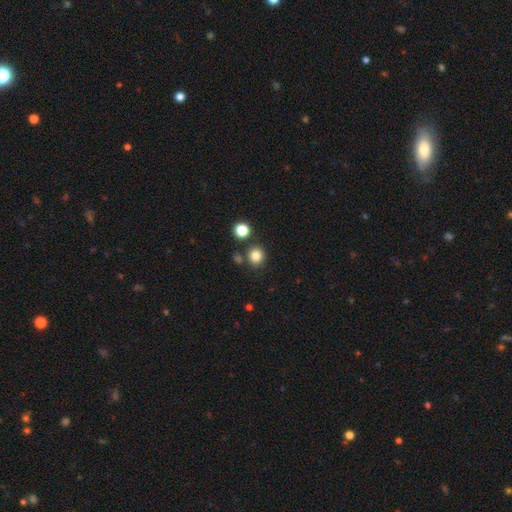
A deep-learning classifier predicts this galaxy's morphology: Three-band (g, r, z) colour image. It shows a smooth galaxy with no disk features (82%) that is round (86%). Merging: none (81%).